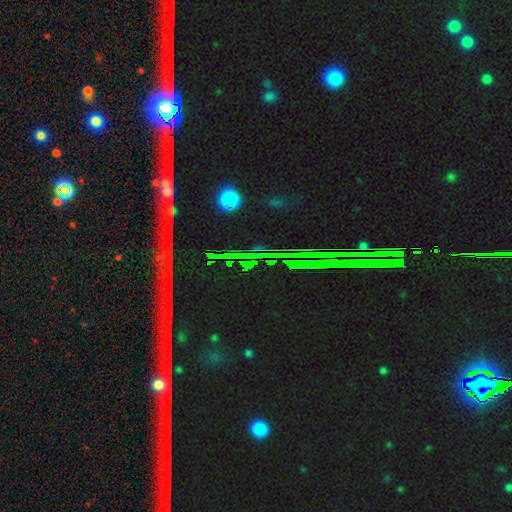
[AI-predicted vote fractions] Smooth or featured?
  - star or artifact: 84% *
  - featured or disk: 9%
  - smooth: 7%